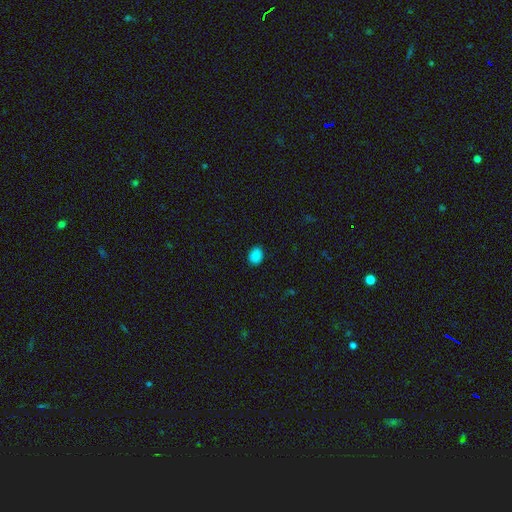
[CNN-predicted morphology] type=smooth (86%); roundness=in between (64%); merging=none (86%).